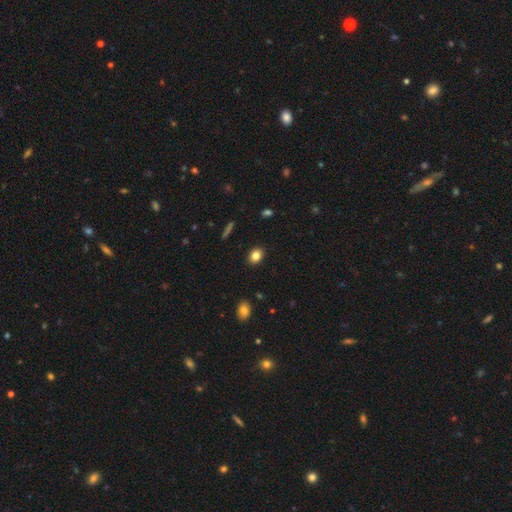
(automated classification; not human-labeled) Smooth or featured?
  - smooth: 82% *
  - star or artifact: 10%
  - featured or disk: 8%
How rounded?
  - in between: 60% *
  - round: 39%
  - cigar-shaped: 1%
Merging?
  - none: 89% *
  - minor disturbance: 8%
  - major disturbance: 2%
  - merger: 1%